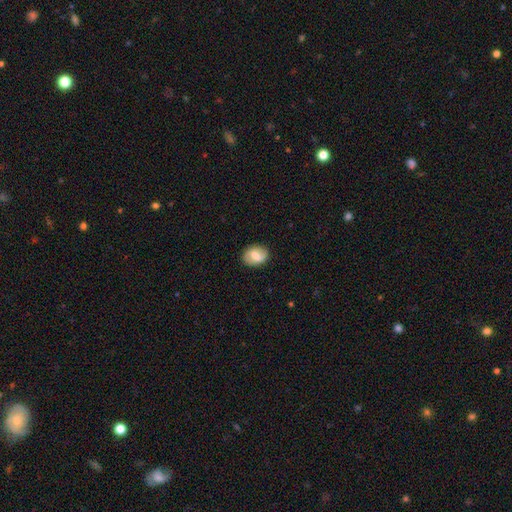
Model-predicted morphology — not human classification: type=smooth (48%); merging=none (83%).